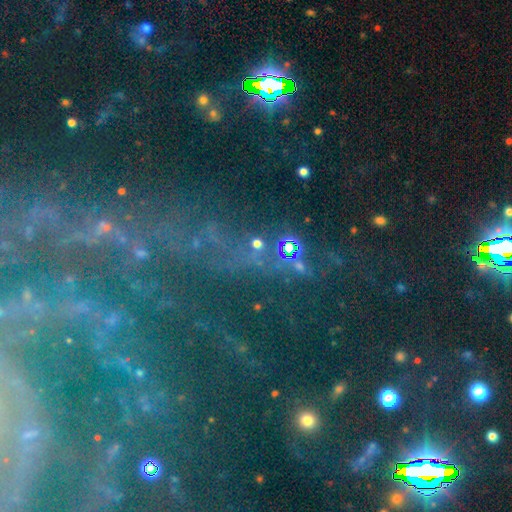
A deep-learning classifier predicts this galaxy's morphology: Q: Smooth or featured?
A: star or artifact (61%); runner-up: featured or disk (25%)